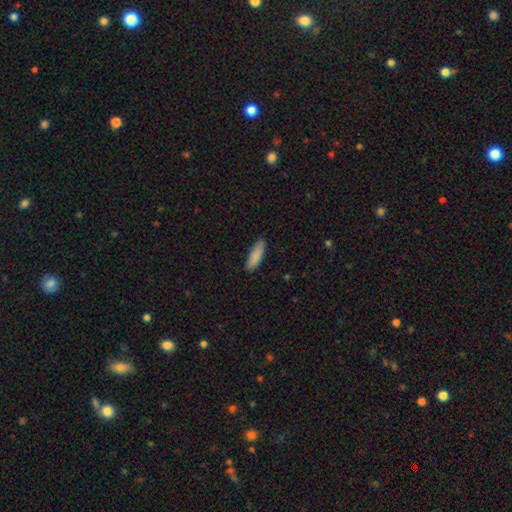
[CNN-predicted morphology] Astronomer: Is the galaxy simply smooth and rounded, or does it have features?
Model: smooth — 88%.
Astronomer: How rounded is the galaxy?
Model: cigar-shaped — 52% (runner-up: in between, 47%).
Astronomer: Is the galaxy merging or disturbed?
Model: none — 85%.